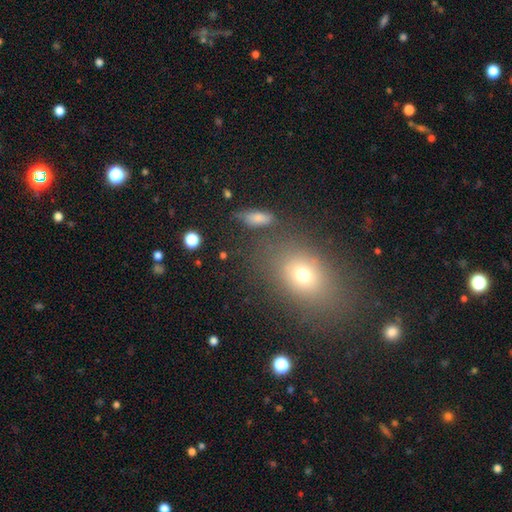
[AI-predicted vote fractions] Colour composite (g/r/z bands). It shows a smooth galaxy with no disk features (60%) that is in between round and cigar-shaped (63%). Merging: none (76%).